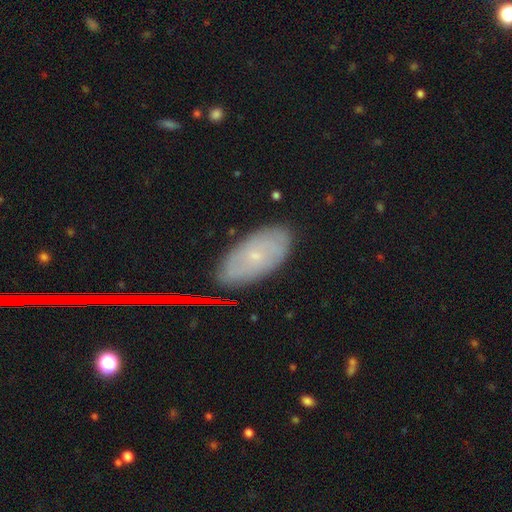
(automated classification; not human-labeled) This appears to be a smooth galaxy with no disk features (51%) that is in between round and cigar-shaped (93%). Merging: none (84%).